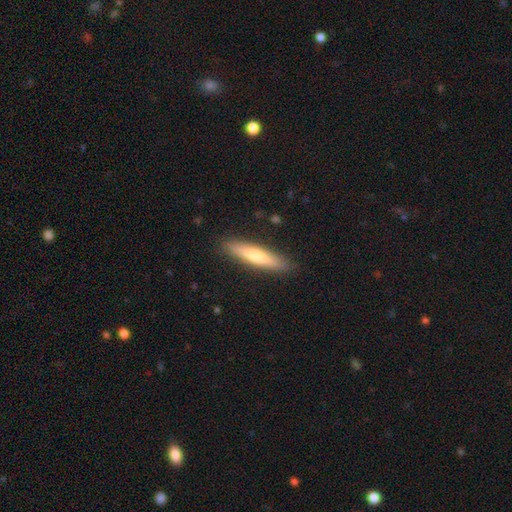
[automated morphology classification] This appears to be a smooth galaxy with no disk features (63%) that is cigar-shaped (85%). Merging: none (89%).